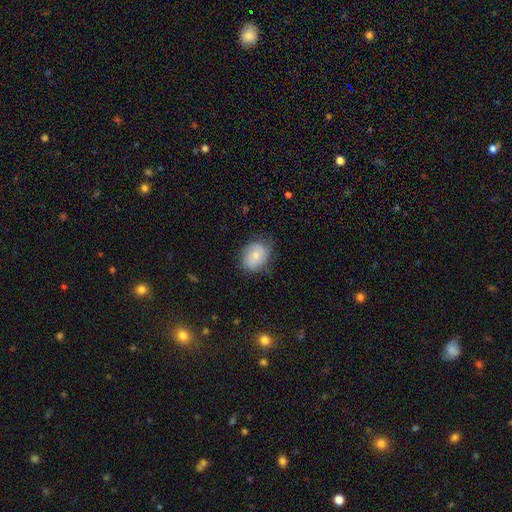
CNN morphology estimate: A smooth galaxy with no disk features (70%) that is in between round and cigar-shaped (51%). Merging: none (66%).